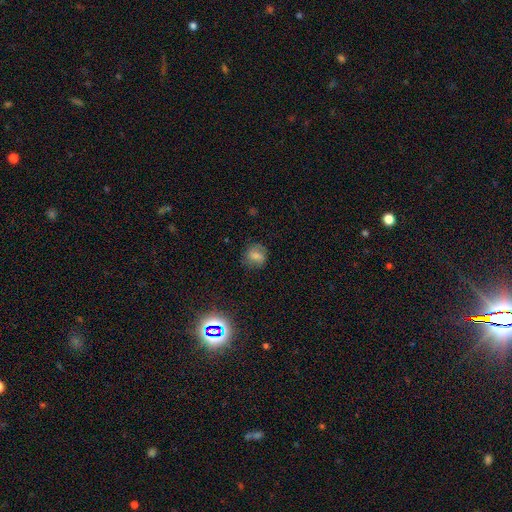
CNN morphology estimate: Q: Smooth or featured?
A: smooth (64%); runner-up: featured or disk (21%)
Q: How rounded?
A: round (69%); runner-up: in between (29%)
Q: Merging?
A: none (73%); runner-up: minor disturbance (18%)